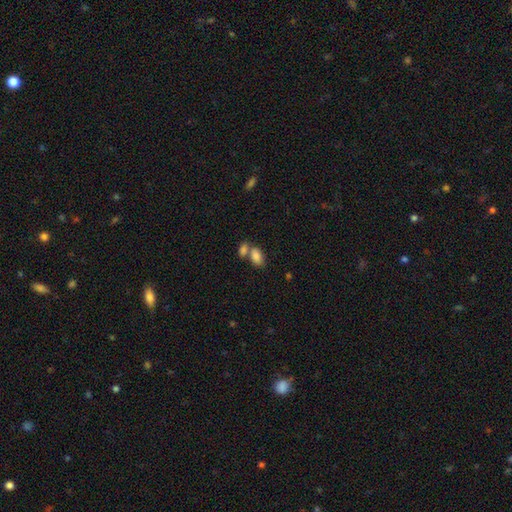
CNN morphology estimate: smooth-or-featured: smooth: 85% | star or artifact: 8% | featured or disk: 8%
  how-rounded: in between: 92% | round: 6% | cigar-shaped: 2%
  merging: merger: 53% | none: 35% | minor disturbance: 9% | major disturbance: 4%